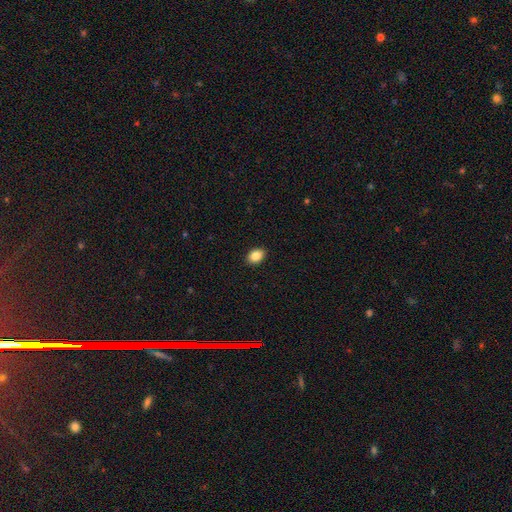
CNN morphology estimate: smooth 87%, star or artifact 8%, featured or disk 5%. Down the decision tree: how rounded — in between (78%); merging — none (91%).